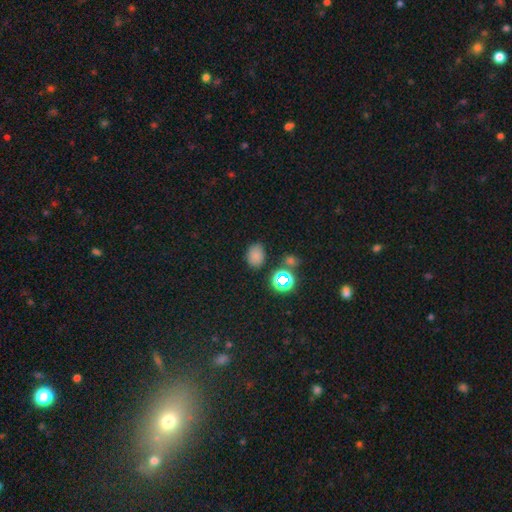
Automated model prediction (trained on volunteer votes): Morphology: type=smooth (72%); roundness=in between (64%); merging=none (79%).